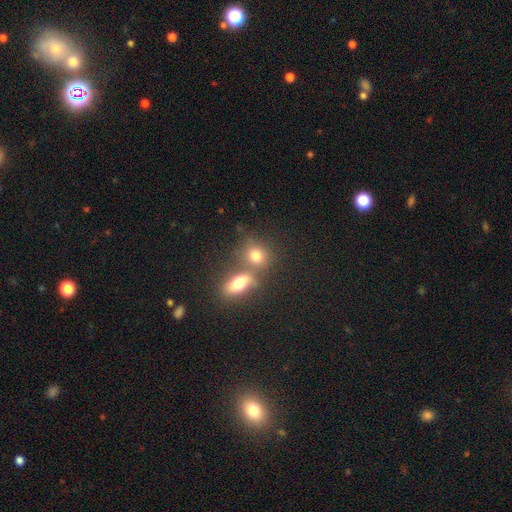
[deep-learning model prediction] smooth-or-featured: smooth: 77% | star or artifact: 12% | featured or disk: 11%
  how-rounded: round: 60% | in between: 37% | cigar-shaped: 3%
  merging: none: 46% | merger: 42% | minor disturbance: 9% | major disturbance: 4%